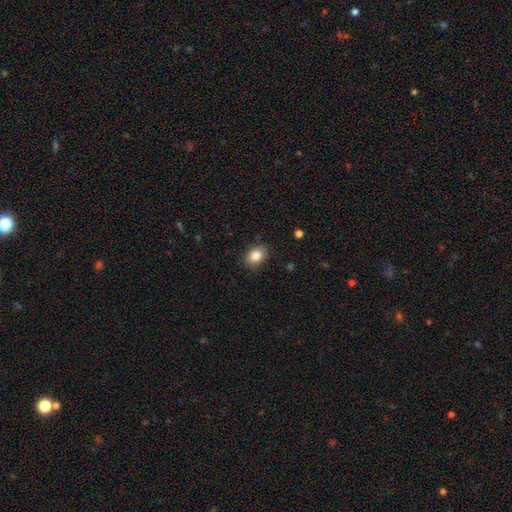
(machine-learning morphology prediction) Overall: smooth (85%). How rounded: in between (67%; round 32%). Merging: none (85%).